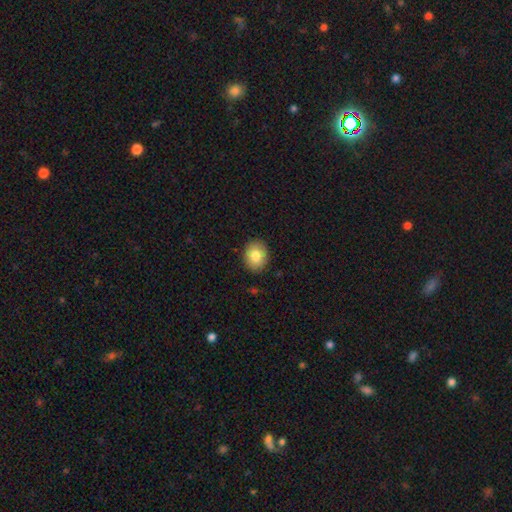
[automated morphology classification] A smooth galaxy with no disk features (82%) that is in between round and cigar-shaped (50%). Merging: none (88%).